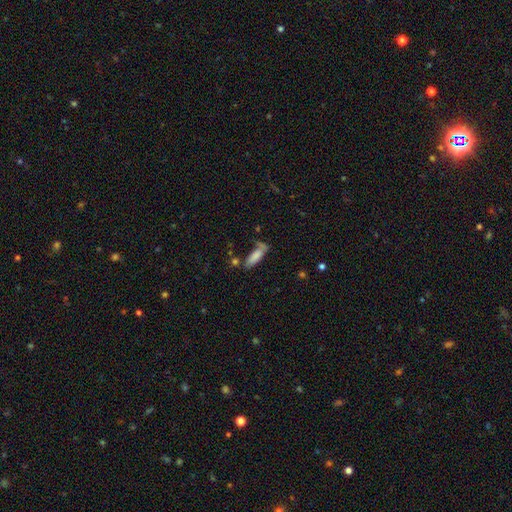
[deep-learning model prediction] smooth-or-featured: smooth: 79% | featured or disk: 14% | star or artifact: 8%
  how-rounded: cigar-shaped: 51% | in between: 47% | round: 2%
  merging: none: 53% | minor disturbance: 23% | merger: 13% | major disturbance: 11%